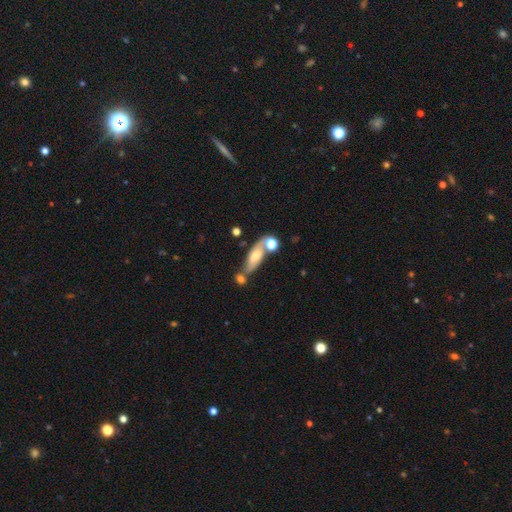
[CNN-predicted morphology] type=smooth (53%); roundness=in between (55%); merging=none (52%).